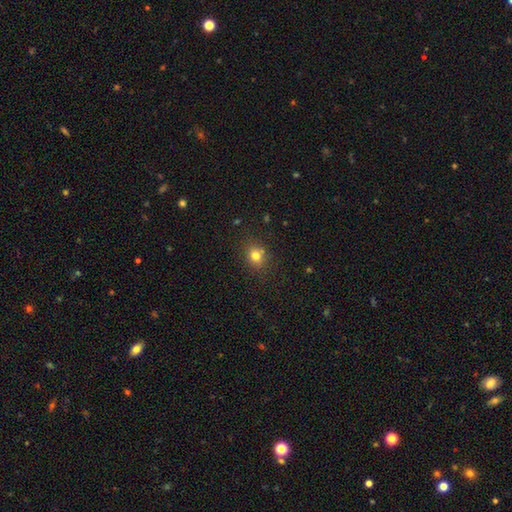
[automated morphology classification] Overall: smooth (78%). How rounded: round (62%; in between 37%). Merging: none (76%).